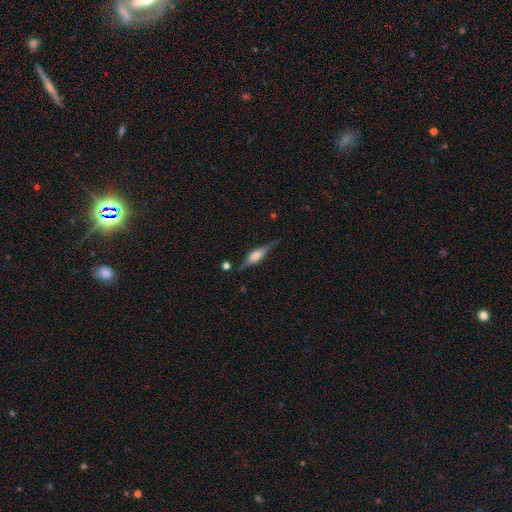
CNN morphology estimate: Overall: featured or disk (66%; smooth 27%). Edge-on disk: yes (95%). Edge-on bulge: rounded (71%). Merging: none (79%).